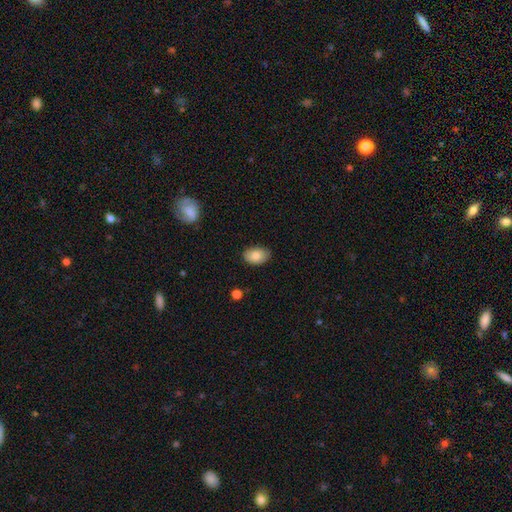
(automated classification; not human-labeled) smooth-or-featured: smooth: 84% | featured or disk: 9% | star or artifact: 7%
  how-rounded: in between: 87% | round: 12% | cigar-shaped: 1%
  merging: none: 82% | minor disturbance: 15% | major disturbance: 2% | merger: 1%